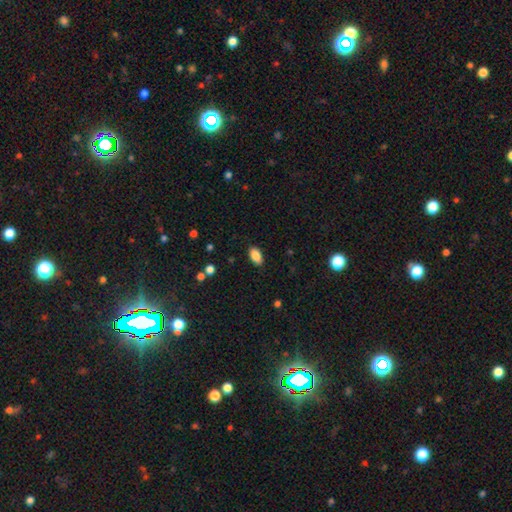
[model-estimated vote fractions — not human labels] smooth_or_featured: smooth (p=0.86) [alt: star or artifact p=0.08]
how_rounded: in between (p=0.92) [alt: round p=0.04]
merging: none (p=0.87) [alt: minor disturbance p=0.10]